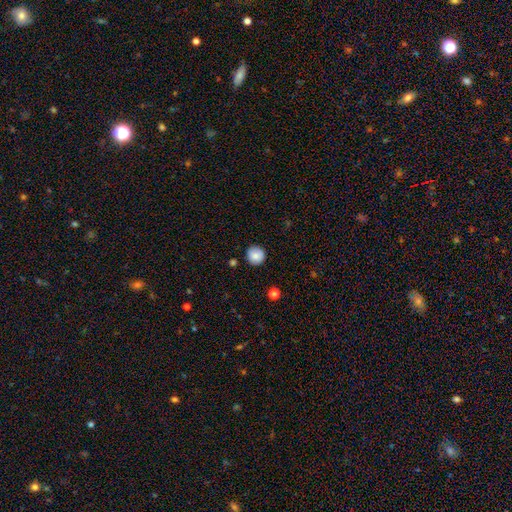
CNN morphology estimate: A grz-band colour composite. It shows a smooth galaxy with no disk features (85%) that is round (94%). Merging: none (88%).